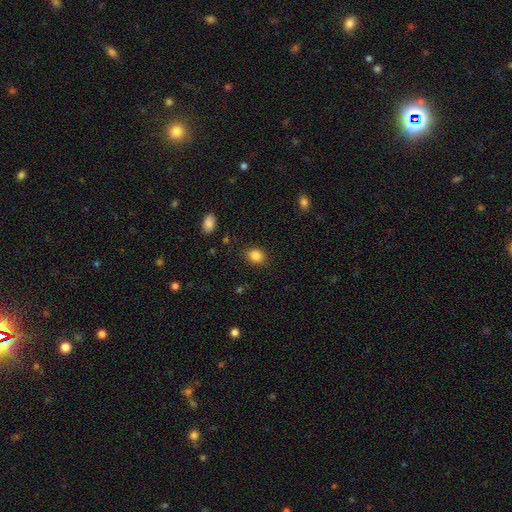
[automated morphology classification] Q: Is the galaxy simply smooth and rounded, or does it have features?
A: smooth — 86%.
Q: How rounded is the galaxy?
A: round — 56%.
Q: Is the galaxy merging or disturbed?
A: none — 86%.